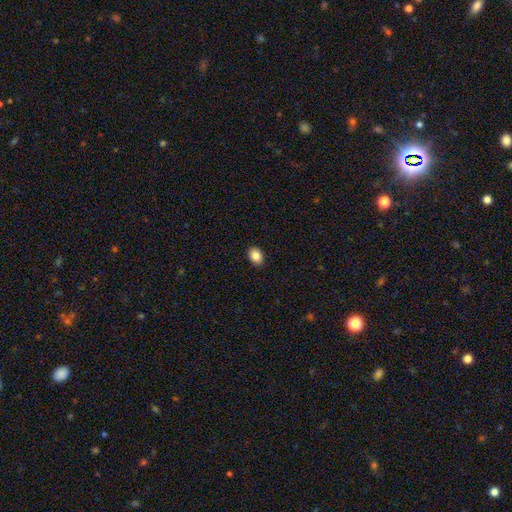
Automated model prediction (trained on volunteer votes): Smooth or featured: smooth — 88% (star or artifact — 8%)
How rounded: in between — 76% (round — 23%)
Merging: none — 89% (minor disturbance — 8%)